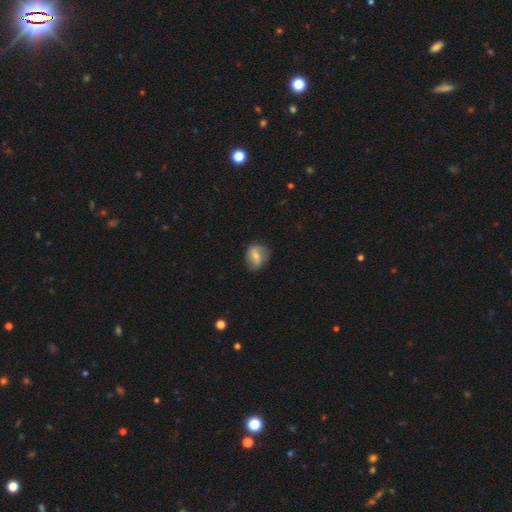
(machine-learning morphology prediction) The model was most divided on "how rounded": round: 56%, in between: 42%, cigar-shaped: 2%. More confident: merging — none (70%); smooth or featured — smooth (59%).